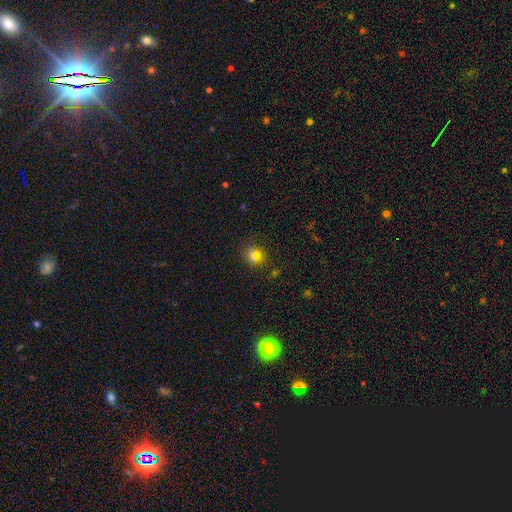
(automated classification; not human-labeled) smooth 69%, star or artifact 21%, featured or disk 10%. Down the decision tree: how rounded — round (80%); merging — none (77%).